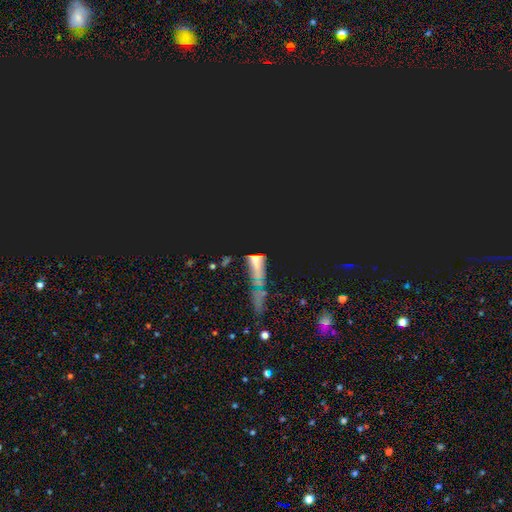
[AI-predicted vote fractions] This appears to be a star or artifact, not a galaxy (55%).